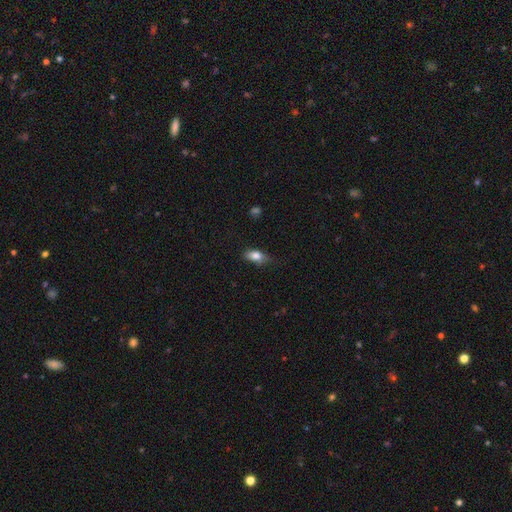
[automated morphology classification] Smooth or featured? Predicted: smooth (p=0.81). How rounded? Predicted: in between (p=0.83). Merging? Predicted: none (p=0.63).